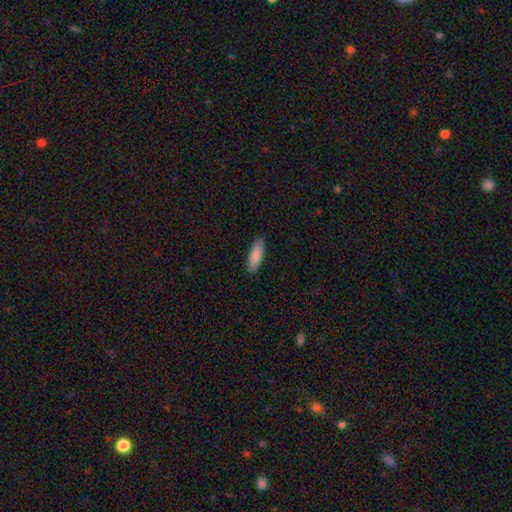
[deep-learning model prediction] This appears to be a smooth galaxy with no disk features (88%) that is in between round and cigar-shaped (57%). Merging: none (88%).